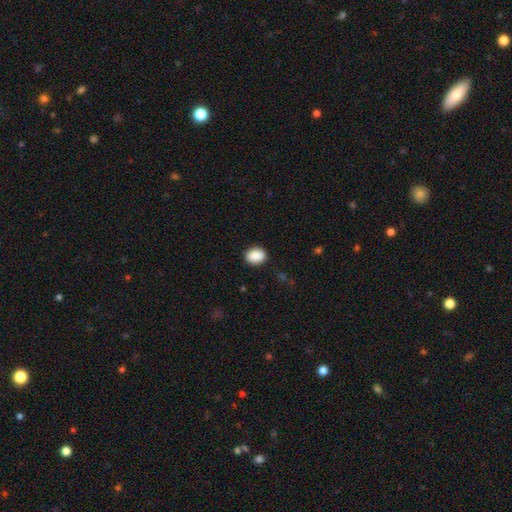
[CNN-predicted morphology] smooth_or_featured: smooth (p=0.90) [alt: star or artifact p=0.07]
how_rounded: in between (p=0.63) [alt: round p=0.36]
merging: none (p=0.88) [alt: minor disturbance p=0.09]